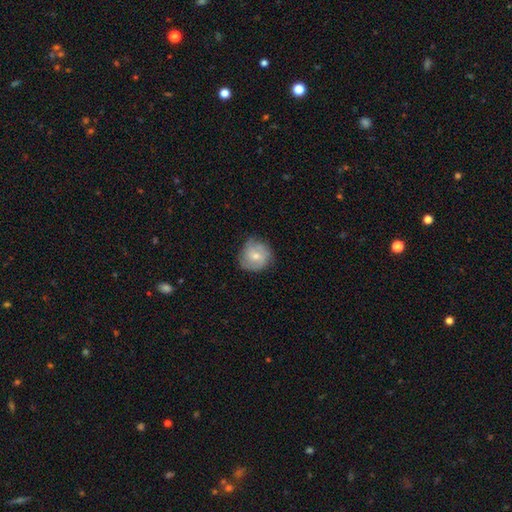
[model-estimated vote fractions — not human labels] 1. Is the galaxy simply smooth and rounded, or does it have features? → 52% smooth, 41% featured or disk, 7% star or artifact.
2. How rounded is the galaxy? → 88% round, 11% in between, 1% cigar-shaped.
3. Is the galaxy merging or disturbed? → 69% none, 24% minor disturbance, 5% major disturbance, 1% merger.